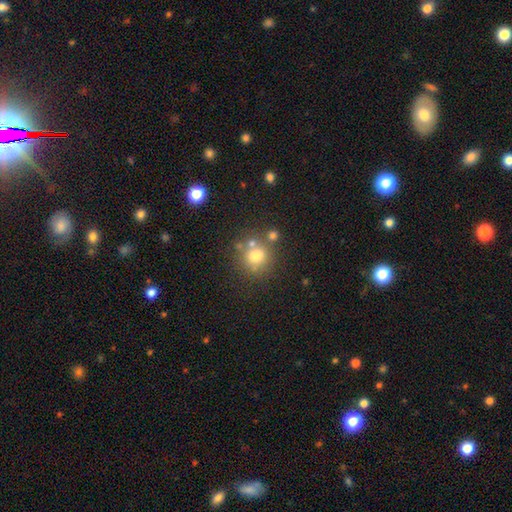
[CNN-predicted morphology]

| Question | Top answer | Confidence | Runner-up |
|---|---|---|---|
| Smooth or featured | smooth | 72% | star or artifact (15%) |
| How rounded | round | 88% | in between (11%) |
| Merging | none | 64% | merger (20%) |